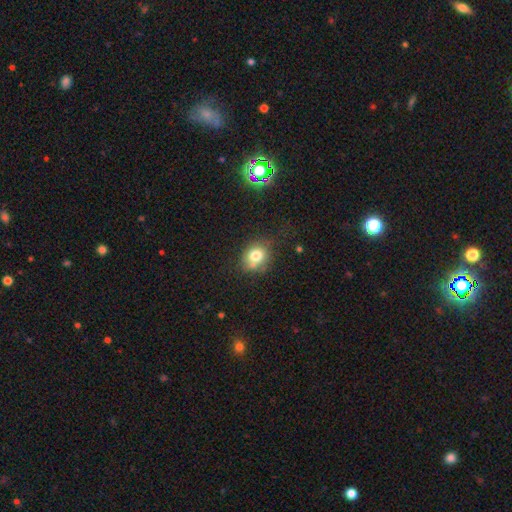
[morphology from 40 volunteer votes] Volunteers were most divided on "how rounded": round: 57%, in between: 43%, cigar-shaped: 0%. More confident: smooth or featured — smooth (75%); merging — none (68%).